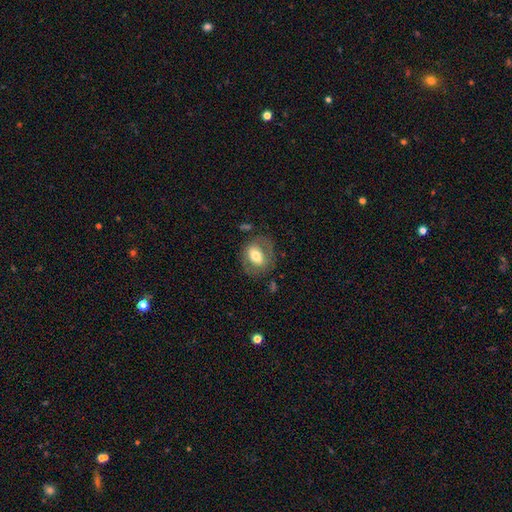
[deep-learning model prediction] smooth-or-featured: smooth: 54% | featured or disk: 39% | star or artifact: 7%
  how-rounded: in between: 64% | round: 34% | cigar-shaped: 2%
  merging: none: 69% | minor disturbance: 18% | major disturbance: 11% | merger: 3%